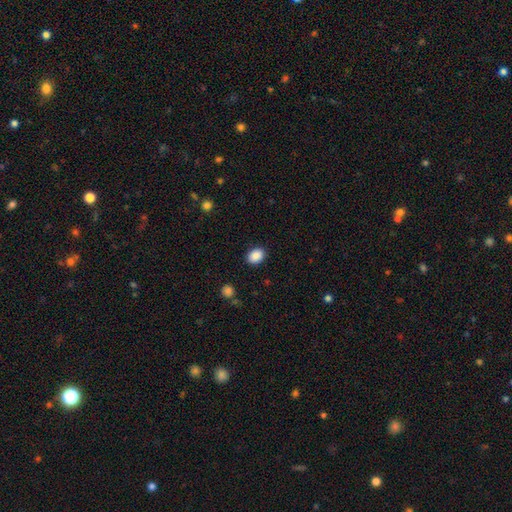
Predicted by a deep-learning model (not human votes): The model was most divided on "how rounded": in between: 67%, round: 32%, cigar-shaped: 1%. More confident: smooth or featured — smooth (89%); merging — none (88%).